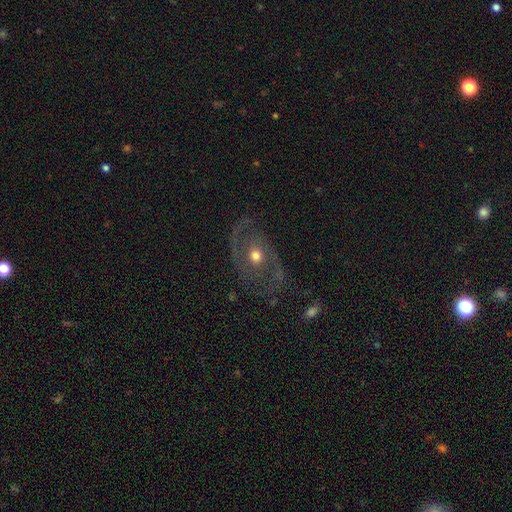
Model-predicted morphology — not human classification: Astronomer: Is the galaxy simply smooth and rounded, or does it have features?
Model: featured or disk — 80%.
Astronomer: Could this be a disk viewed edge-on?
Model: no — 96%.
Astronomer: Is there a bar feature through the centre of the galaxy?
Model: no — 76%.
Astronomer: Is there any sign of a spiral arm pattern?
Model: yes — 81%.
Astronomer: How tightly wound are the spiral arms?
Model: medium — 49% (runner-up: tight, 29%).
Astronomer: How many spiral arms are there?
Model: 2 — 86%.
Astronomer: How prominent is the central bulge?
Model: moderate — 73%.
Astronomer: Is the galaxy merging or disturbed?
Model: none — 76%.